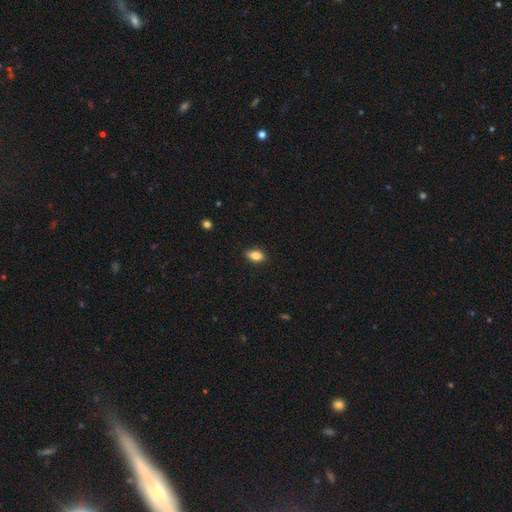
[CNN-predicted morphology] This is likely a smooth galaxy (80%). How rounded: clearly in between (85%). Merging: clearly none (85%).